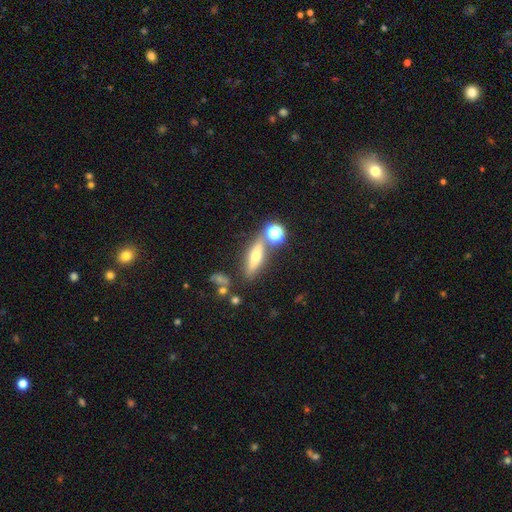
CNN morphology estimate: Overall: smooth (43%, tied with featured or disk). Merging: none (67%).